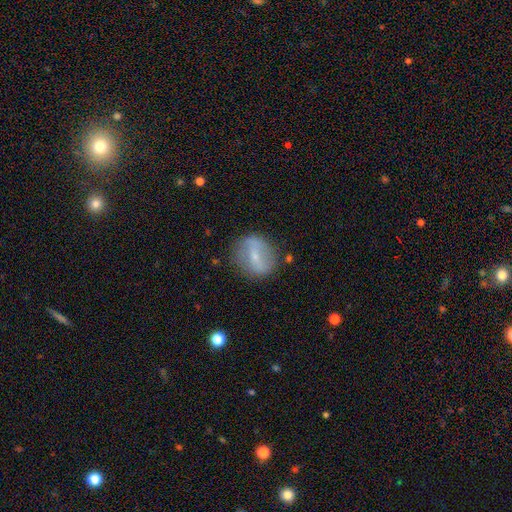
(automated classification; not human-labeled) Morphology: type=featured or disk (55%); edge-on=no (91%); bar=strong (44%); spiral arms=no (56%); bulge=small (69%); merging=none (77%).